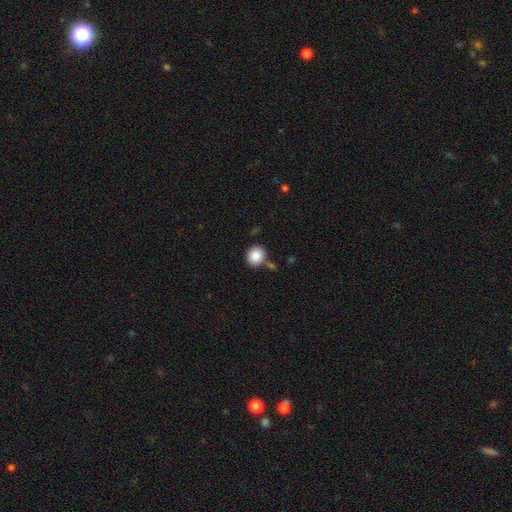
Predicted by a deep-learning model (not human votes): Smooth or featured?
  - smooth: 85% *
  - star or artifact: 9%
  - featured or disk: 6%
How rounded?
  - round: 84% *
  - in between: 16%
  - cigar-shaped: 1%
Merging?
  - none: 81% *
  - minor disturbance: 9%
  - merger: 8%
  - major disturbance: 2%